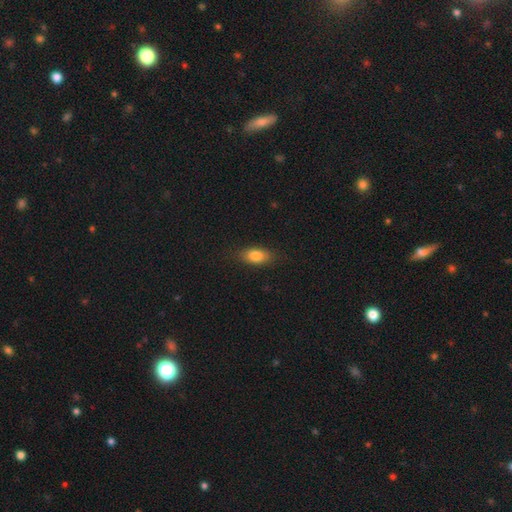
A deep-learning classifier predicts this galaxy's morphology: Smooth or featured? smooth (83%)
How rounded? in between (86%)
Merging? none (84%)